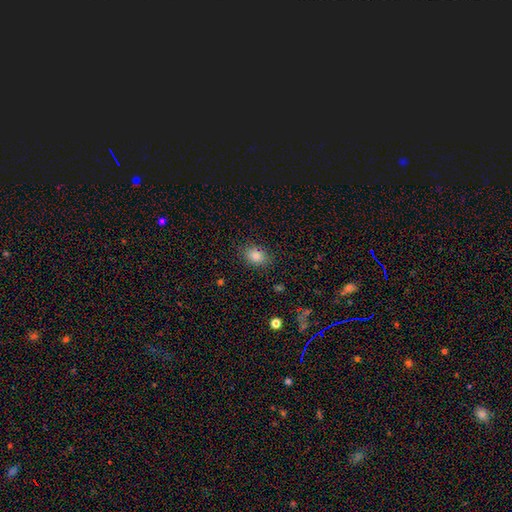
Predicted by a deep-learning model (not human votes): A smooth galaxy with no disk features (83%) that is in between round and cigar-shaped (69%).

Vote fractions:
- Smooth or featured? smooth: 83% / star or artifact: 11% / featured or disk: 6%
- How rounded? in between: 69% / round: 30% / cigar-shaped: 1%
- Merging? none: 86% / minor disturbance: 10% / major disturbance: 3% / merger: 1%